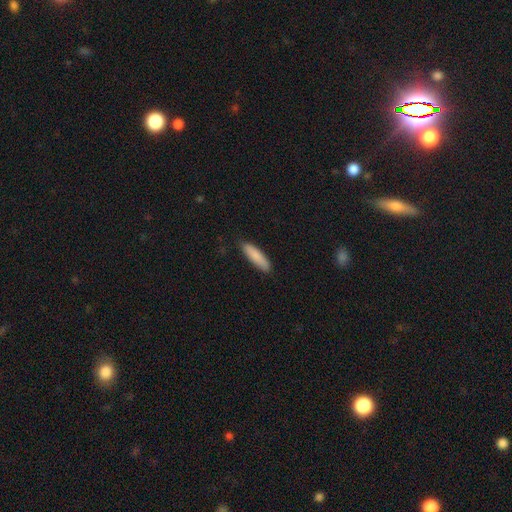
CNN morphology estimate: smooth 87%, featured or disk 8%, star or artifact 6%. Down the decision tree: how rounded — cigar-shaped (69%); merging — none (87%).